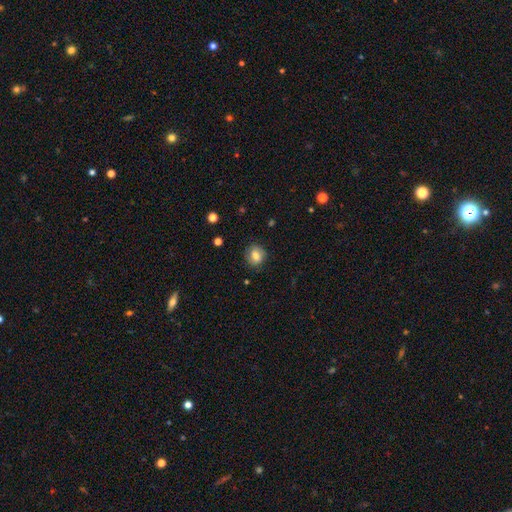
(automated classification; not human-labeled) Q: Smooth or featured?
A: smooth (75%); runner-up: featured or disk (15%)
Q: How rounded?
A: round (68%); runner-up: in between (31%)
Q: Merging?
A: none (79%); runner-up: minor disturbance (15%)